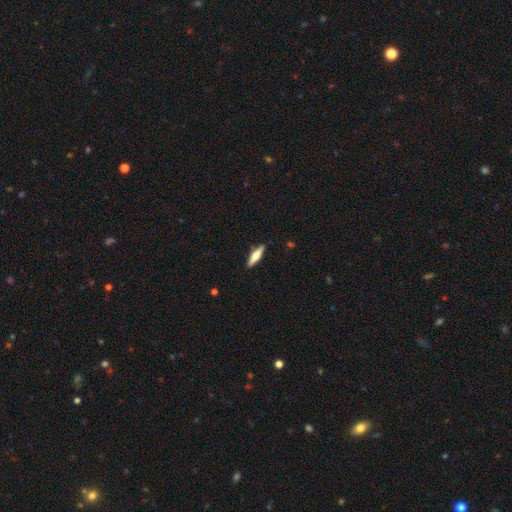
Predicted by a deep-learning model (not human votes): Morphology: type=smooth (50%); roundness=cigar-shaped (72%); merging=none (88%).